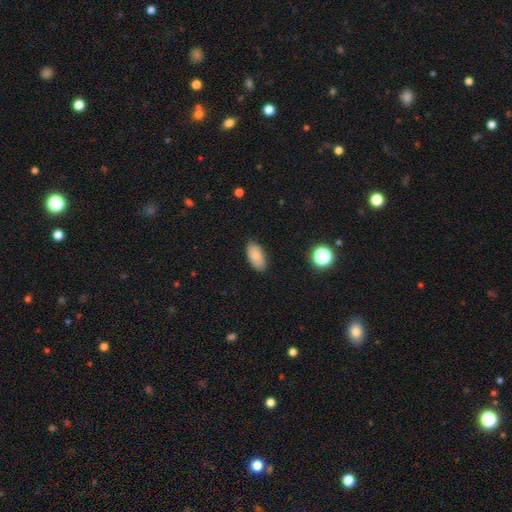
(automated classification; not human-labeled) Smooth or featured: smooth — 81% (featured or disk — 11%)
How rounded: in between — 93% (round — 4%)
Merging: none — 85% (minor disturbance — 12%)